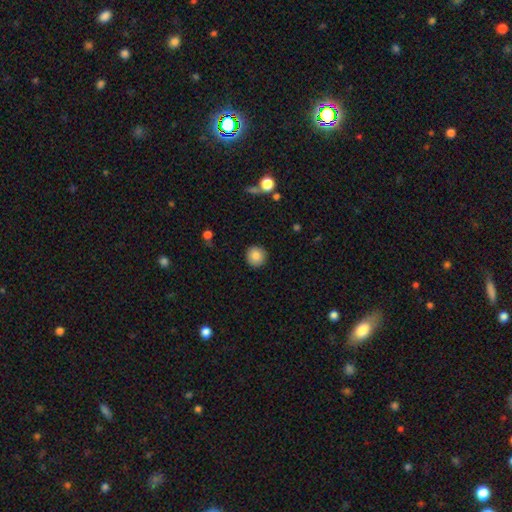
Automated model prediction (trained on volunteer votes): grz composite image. It shows a smooth galaxy with no disk features (86%) that is round (93%). Merging: none (91%).